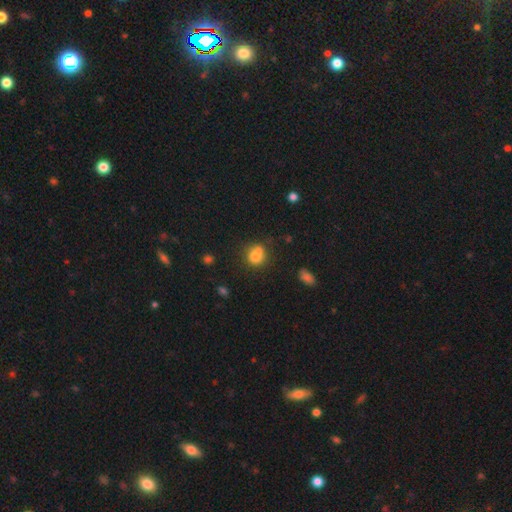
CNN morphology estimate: The model was most divided on "merging": none: 44%, merger: 31%, minor disturbance: 18%, major disturbance: 7%. More confident: smooth or featured — smooth (75%); how rounded — round (71%).